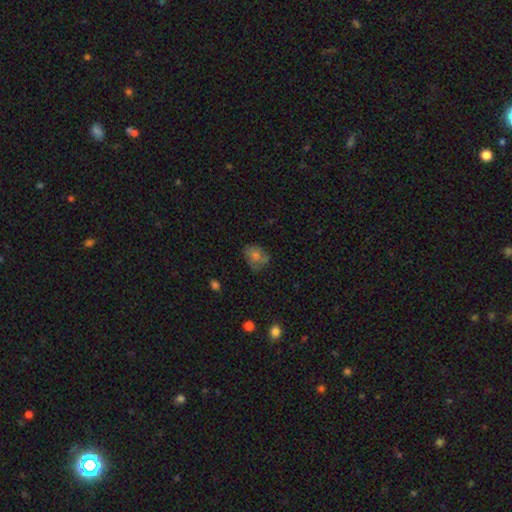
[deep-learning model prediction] Smooth or featured?
  - smooth: 56% *
  - featured or disk: 29%
  - star or artifact: 15%
How rounded?
  - in between: 52% *
  - round: 47%
  - cigar-shaped: 1%
Merging?
  - none: 59% *
  - minor disturbance: 26%
  - major disturbance: 11%
  - merger: 4%